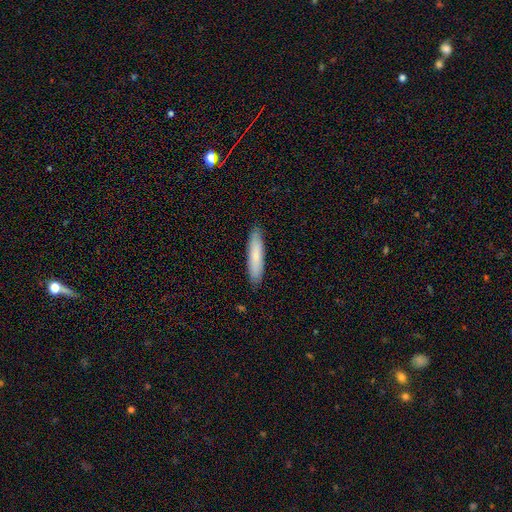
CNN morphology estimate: Q: Smooth or featured?
A: smooth (76%); runner-up: featured or disk (18%)
Q: How rounded?
A: cigar-shaped (80%); runner-up: in between (19%)
Q: Merging?
A: none (89%); runner-up: minor disturbance (9%)